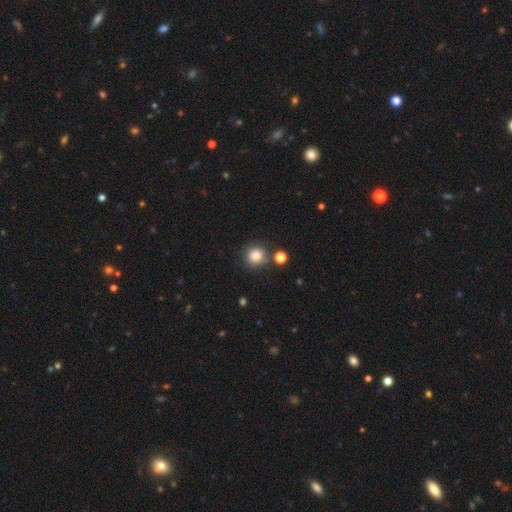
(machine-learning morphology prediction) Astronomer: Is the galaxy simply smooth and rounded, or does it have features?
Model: smooth — 84%.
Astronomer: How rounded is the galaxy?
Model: round — 90%.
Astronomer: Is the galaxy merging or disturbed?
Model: none — 78%.